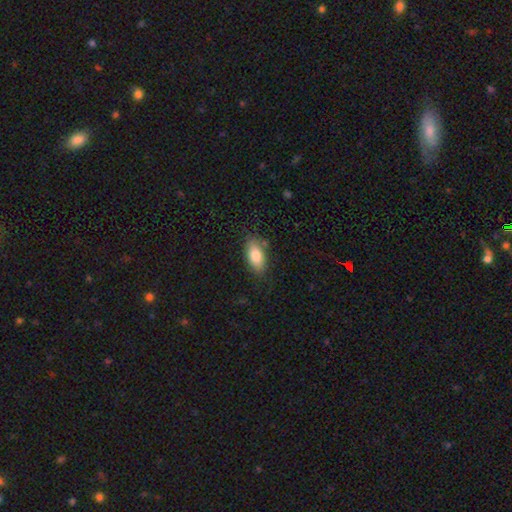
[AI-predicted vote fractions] Overall: smooth (81%). How rounded: in between (90%). Merging: none (78%).